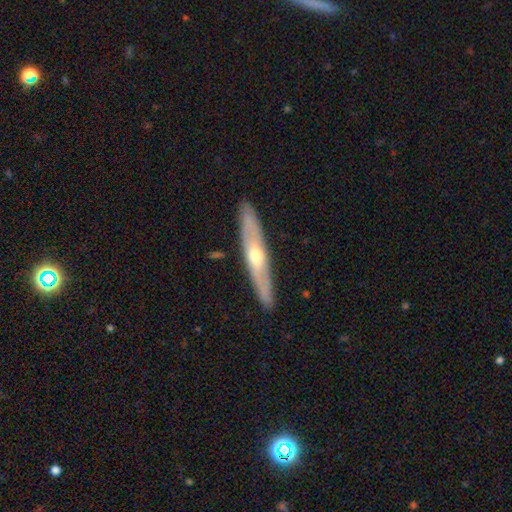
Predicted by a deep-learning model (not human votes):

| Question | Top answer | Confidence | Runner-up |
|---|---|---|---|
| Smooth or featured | featured or disk | 59% | smooth (36%) |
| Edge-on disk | yes | 80% | no (20%) |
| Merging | none | 90% | minor disturbance (8%) |